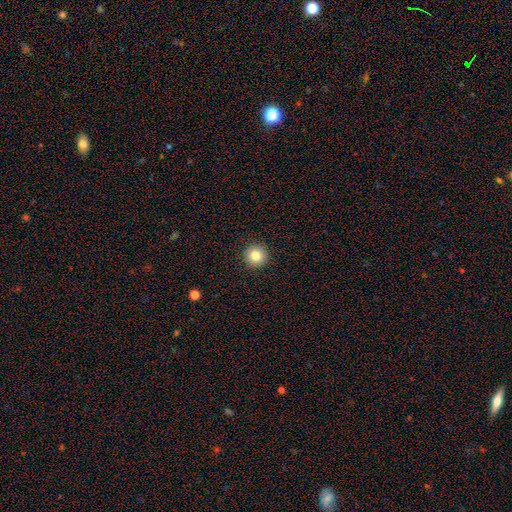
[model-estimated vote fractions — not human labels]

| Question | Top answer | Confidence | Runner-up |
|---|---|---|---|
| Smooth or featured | smooth | 82% | star or artifact (11%) |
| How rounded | round | 96% | in between (3%) |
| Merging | none | 93% | minor disturbance (5%) |